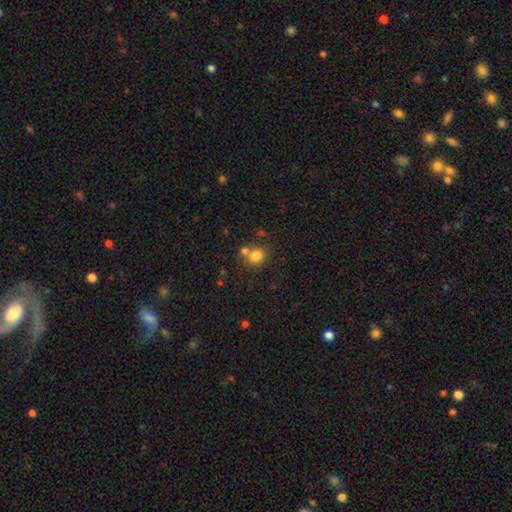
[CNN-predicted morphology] Overall: smooth (79%). How rounded: round (80%). Merging: none (55%; merger 32%).